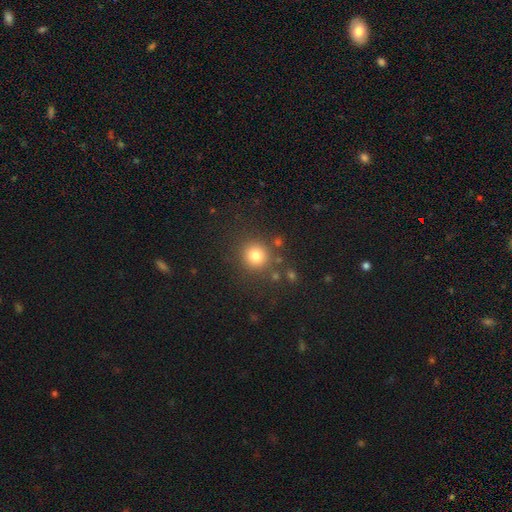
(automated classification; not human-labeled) Smooth or featured? Predicted: smooth (p=0.80). How rounded? Predicted: round (p=0.91). Merging? Predicted: none (p=0.83).